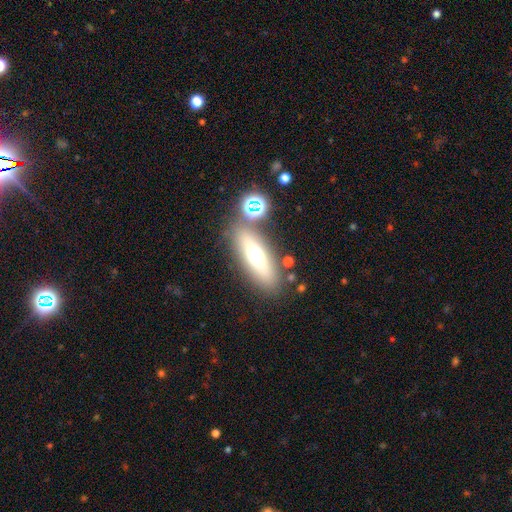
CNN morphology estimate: This appears to be a smooth galaxy with no disk features (52%) that is in between round and cigar-shaped (48%, tied with cigar-shaped). Merging: none (78%).